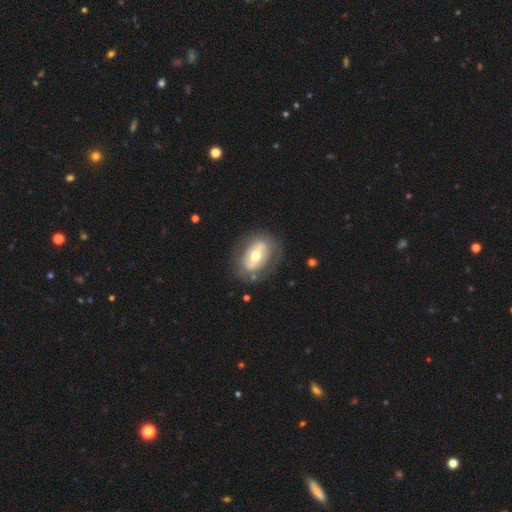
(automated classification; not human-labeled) featured or disk 54%, smooth 40%, star or artifact 6%. Down the decision tree: edge-on disk — no (90%); merging — none (76%).